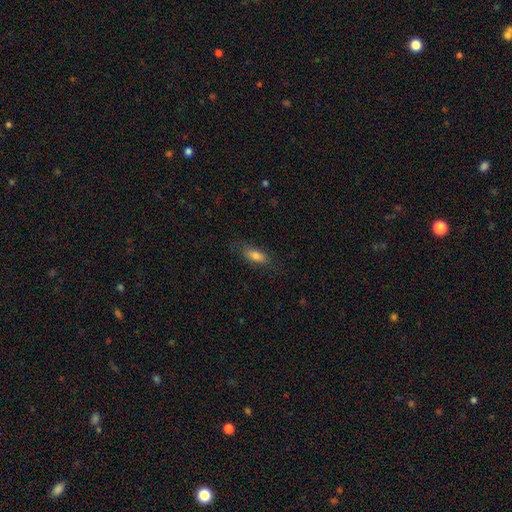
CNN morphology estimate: The model was most divided on "how rounded": in between: 73%, cigar-shaped: 24%, round: 3%. More confident: smooth or featured — smooth (78%); merging — none (76%).